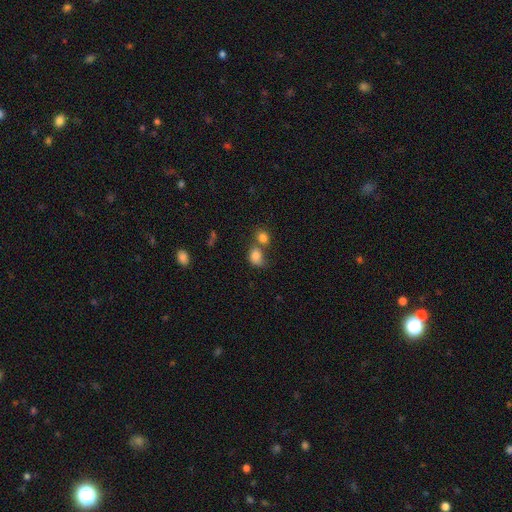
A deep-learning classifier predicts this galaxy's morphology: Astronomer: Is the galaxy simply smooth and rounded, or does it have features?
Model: smooth — 82%.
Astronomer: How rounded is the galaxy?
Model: in between — 61% (runner-up: round, 38%).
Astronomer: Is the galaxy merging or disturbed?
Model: merger — 45% (runner-up: none, 37%).